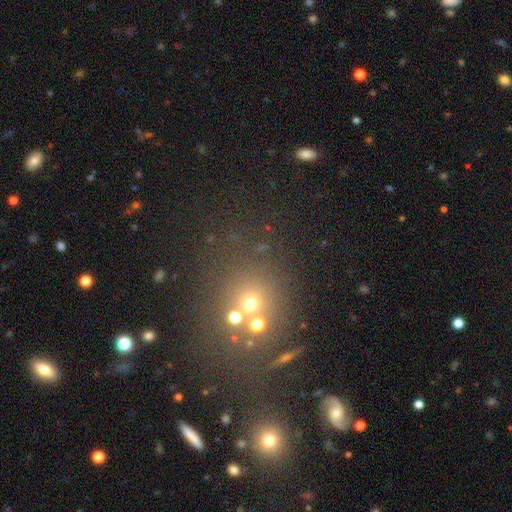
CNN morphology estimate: Smooth or featured? Predicted: star or artifact (p=0.50).